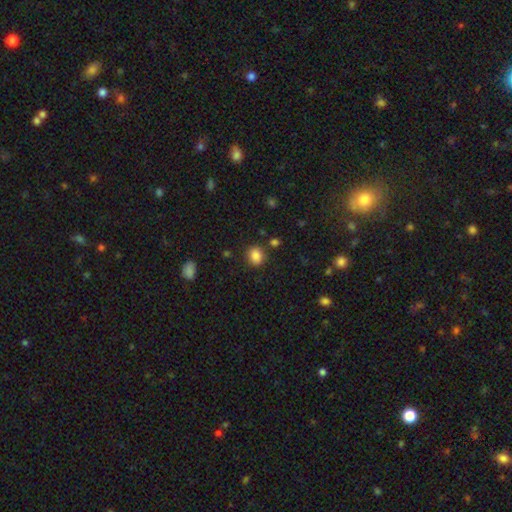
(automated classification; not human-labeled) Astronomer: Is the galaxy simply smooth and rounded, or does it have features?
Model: smooth — 86%.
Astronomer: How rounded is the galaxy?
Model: round — 62%.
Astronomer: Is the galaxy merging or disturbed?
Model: none — 82%.